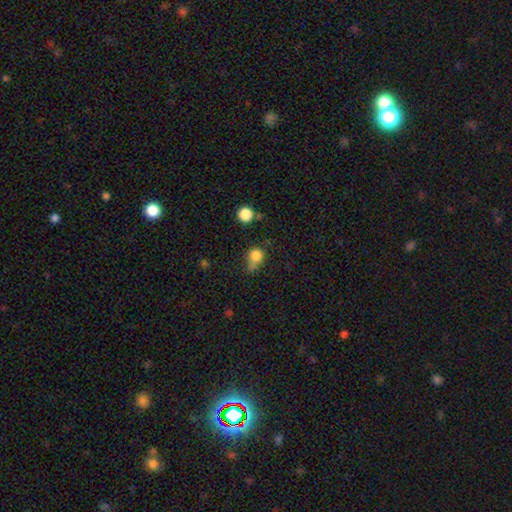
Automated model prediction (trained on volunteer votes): A smooth galaxy with no disk features (79%) that is round (80%). Merging: none (41%).